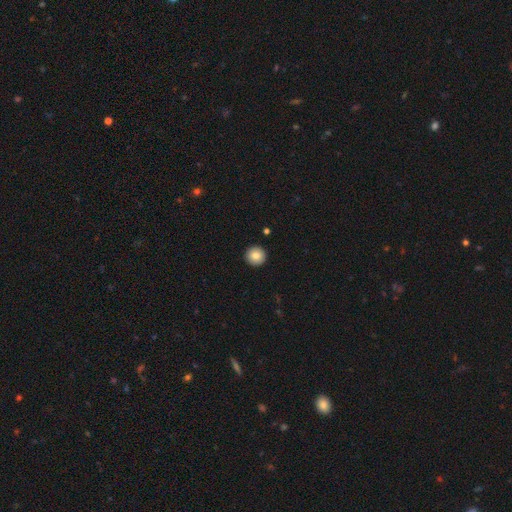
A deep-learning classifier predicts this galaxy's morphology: smooth-or-featured: smooth: 85% | star or artifact: 8% | featured or disk: 7%
  how-rounded: round: 96% | in between: 3% | cigar-shaped: 1%
  merging: none: 93% | minor disturbance: 4% | major disturbance: 1% | merger: 1%